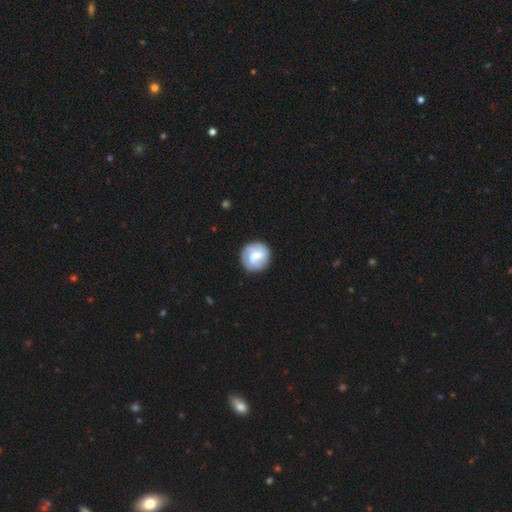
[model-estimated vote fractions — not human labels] Smooth or featured?
  - smooth: 54% *
  - featured or disk: 39%
  - star or artifact: 6%
How rounded?
  - round: 89% *
  - in between: 9%
  - cigar-shaped: 1%
Merging?
  - none: 77% *
  - minor disturbance: 15%
  - major disturbance: 6%
  - merger: 2%